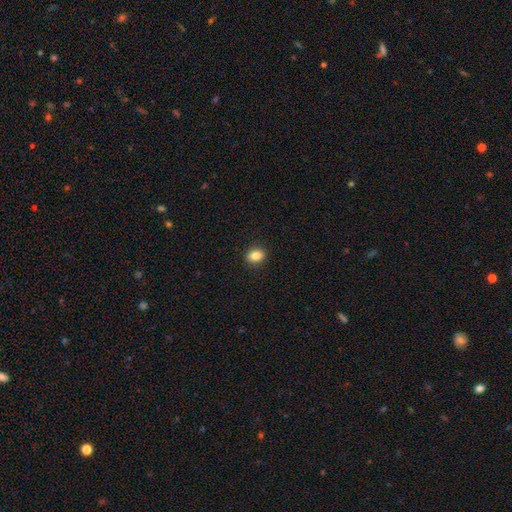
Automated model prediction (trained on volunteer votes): Morphology: type=smooth (85%); roundness=in between (61%); merging=none (90%).